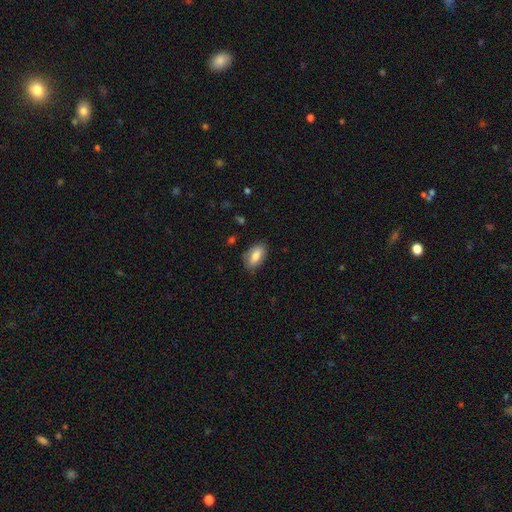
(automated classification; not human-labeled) smooth-or-featured: smooth: 81% | featured or disk: 12% | star or artifact: 7%
  how-rounded: in between: 90% | round: 5% | cigar-shaped: 5%
  merging: none: 78% | minor disturbance: 17% | major disturbance: 3% | merger: 1%